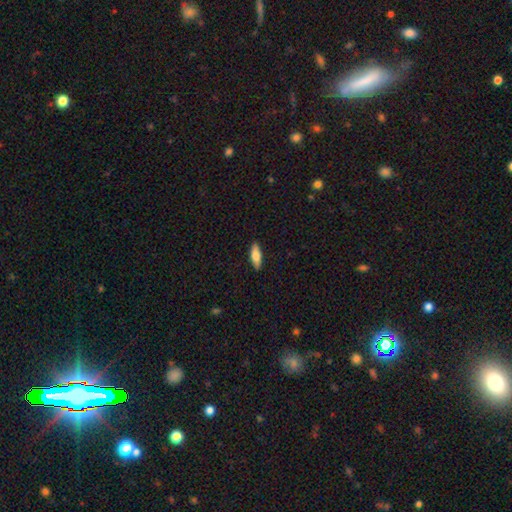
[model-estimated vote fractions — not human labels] This appears to be a smooth galaxy with no disk features (72%) that is in between round and cigar-shaped (60%). Merging: none (89%).